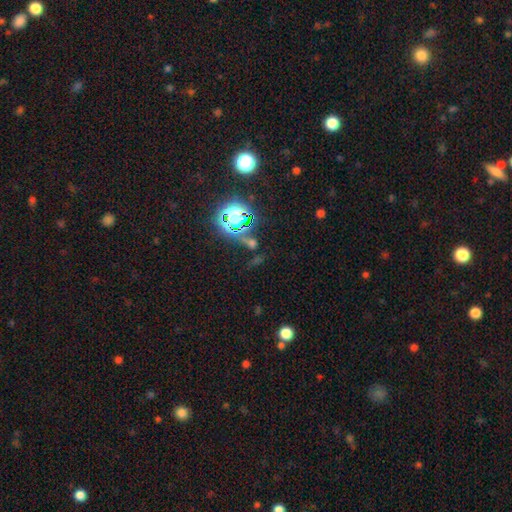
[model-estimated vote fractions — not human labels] A star or artifact, not a galaxy (72%).

Vote fractions:
- Smooth or featured? star or artifact: 72% / smooth: 18% / featured or disk: 10%